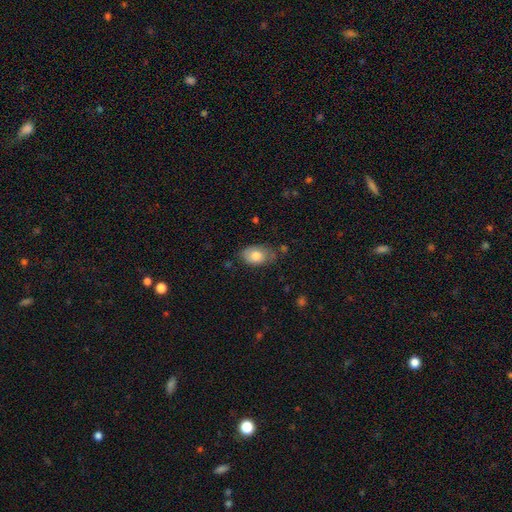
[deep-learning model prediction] This is likely a smooth galaxy (79%). How rounded: clearly in between (88%). Merging: likely none (64%).